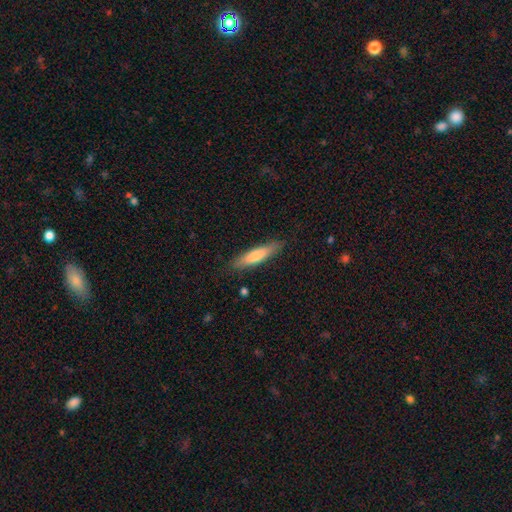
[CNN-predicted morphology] Smooth or featured: smooth — 74% (featured or disk — 20%)
How rounded: cigar-shaped — 81% (in between — 18%)
Merging: none — 85% (minor disturbance — 11%)